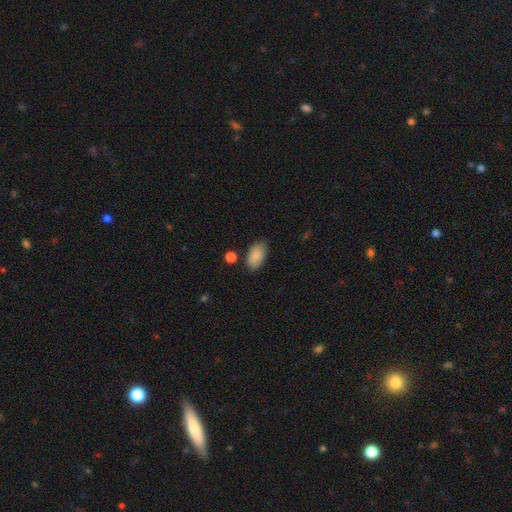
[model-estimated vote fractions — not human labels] Overall: smooth (89%). How rounded: in between (94%). Merging: none (79%).